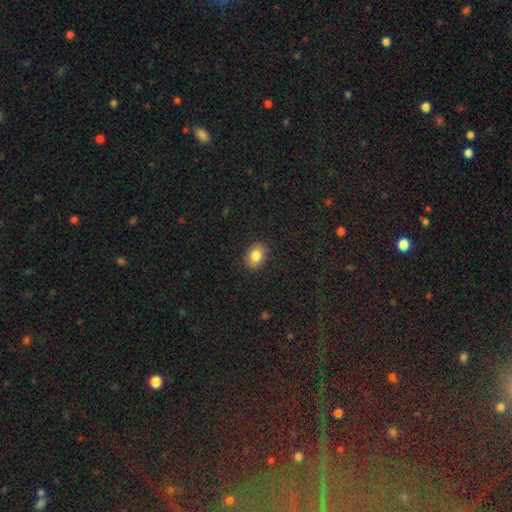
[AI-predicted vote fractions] This is clearly a smooth galaxy (83%). How rounded: likely in between (73%). Merging: clearly none (87%).